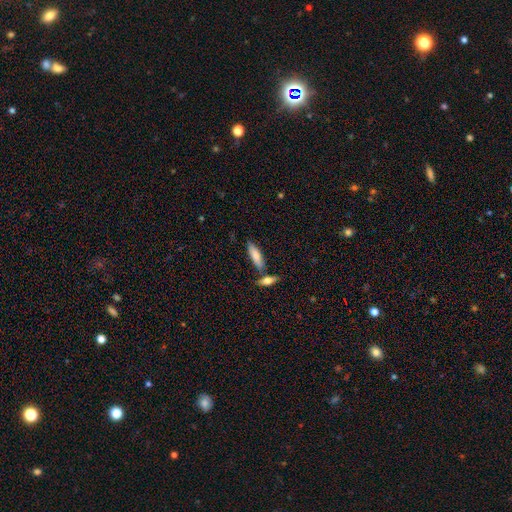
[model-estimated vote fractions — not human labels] Q: Smooth or featured?
A: smooth (79%); runner-up: featured or disk (15%)
Q: How rounded?
A: cigar-shaped (50%); runner-up: in between (48%)
Q: Merging?
A: none (69%); runner-up: merger (14%)